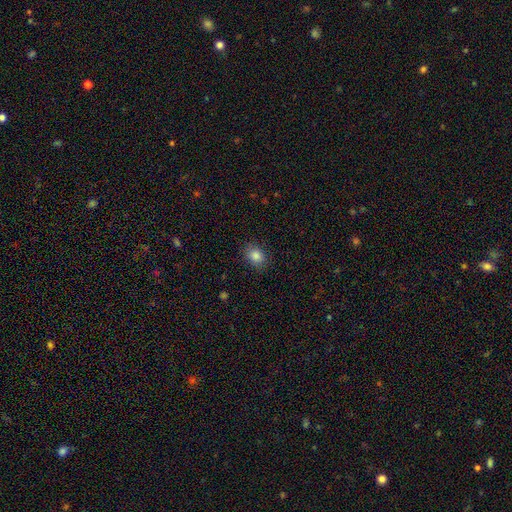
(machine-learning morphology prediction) Q: Smooth or featured?
A: smooth (85%); runner-up: star or artifact (10%)
Q: How rounded?
A: in between (57%); runner-up: round (42%)
Q: Merging?
A: none (85%); runner-up: minor disturbance (11%)